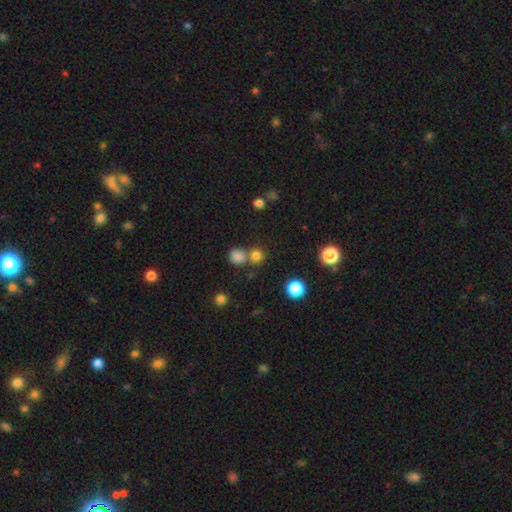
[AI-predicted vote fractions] This is likely a smooth galaxy (77%). How rounded: clearly round (90%). Merging: likely none (62%).